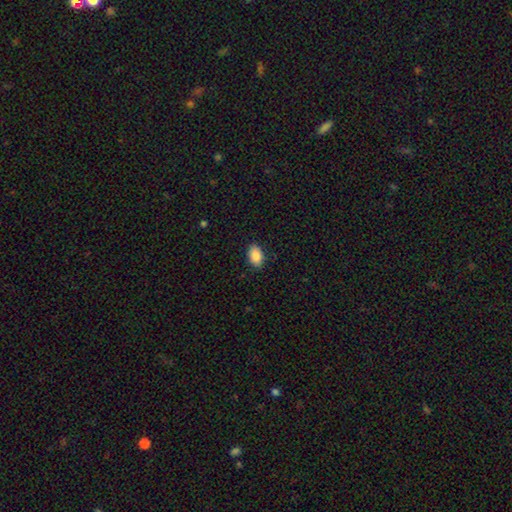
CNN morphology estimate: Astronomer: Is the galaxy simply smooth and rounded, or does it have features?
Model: smooth — 90%.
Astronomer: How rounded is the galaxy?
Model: in between — 90%.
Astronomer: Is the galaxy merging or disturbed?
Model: none — 87%.